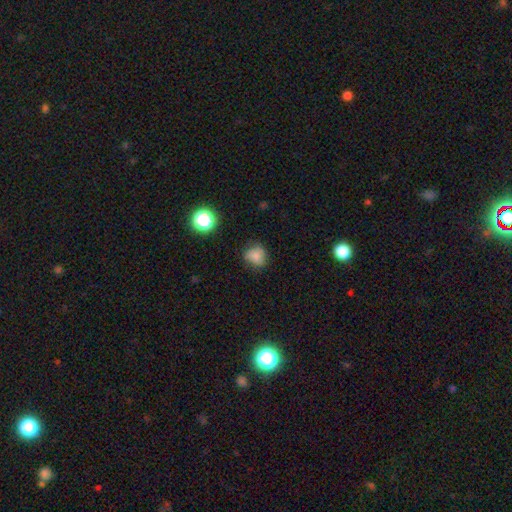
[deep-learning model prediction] smooth-or-featured: smooth: 79% | star or artifact: 13% | featured or disk: 8%
  how-rounded: round: 72% | in between: 27% | cigar-shaped: 1%
  merging: none: 65% | minor disturbance: 26% | major disturbance: 7% | merger: 2%